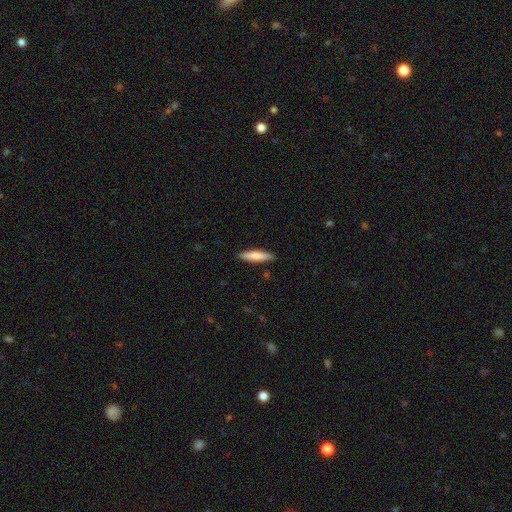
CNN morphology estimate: Q: Smooth or featured?
A: smooth (77%); runner-up: featured or disk (17%)
Q: How rounded?
A: cigar-shaped (84%); runner-up: in between (14%)
Q: Merging?
A: none (90%); runner-up: minor disturbance (8%)